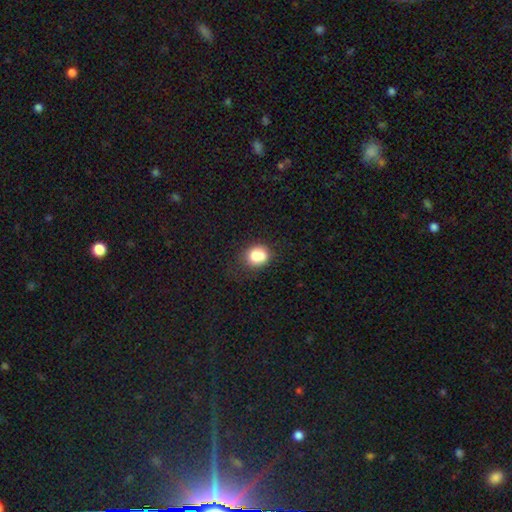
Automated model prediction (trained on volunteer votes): Overall: smooth (80%). How rounded: round (62%; in between 37%). Merging: none (55%; minor disturbance 23%).